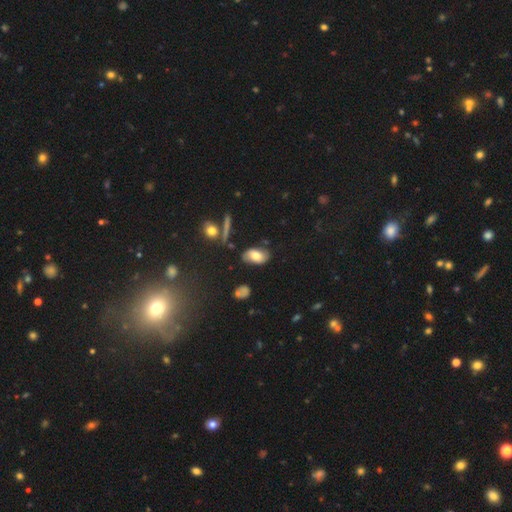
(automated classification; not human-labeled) The model was most divided on "smooth or featured": smooth: 71%, featured or disk: 20%, star or artifact: 9%. More confident: how rounded — in between (92%); merging — none (72%).